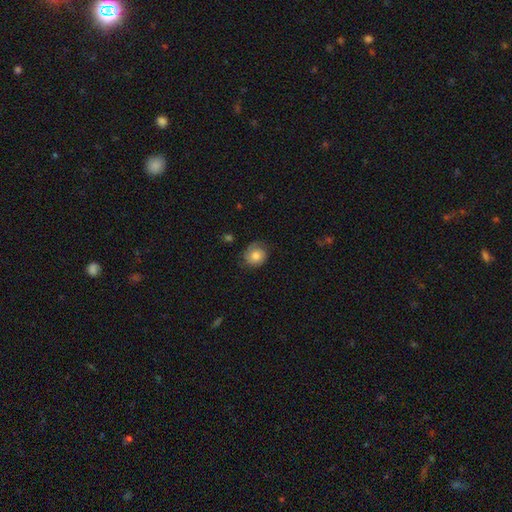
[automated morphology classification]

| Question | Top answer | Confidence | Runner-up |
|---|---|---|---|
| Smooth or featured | smooth | 72% | featured or disk (20%) |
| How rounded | round | 77% | in between (22%) |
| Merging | none | 70% | minor disturbance (22%) |